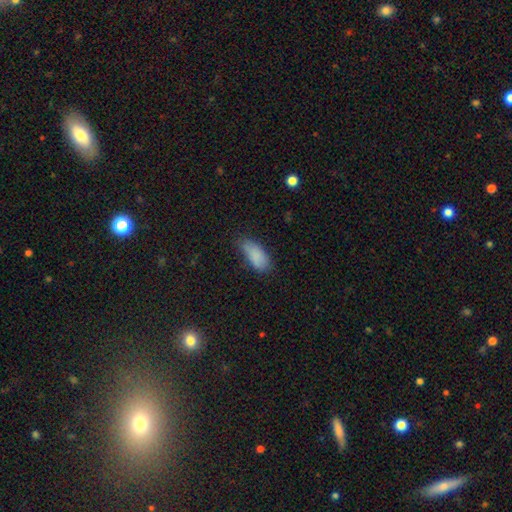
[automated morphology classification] Smooth or featured: smooth — 86% (star or artifact — 7%)
How rounded: in between — 87% (cigar-shaped — 11%)
Merging: none — 62% (minor disturbance — 30%)